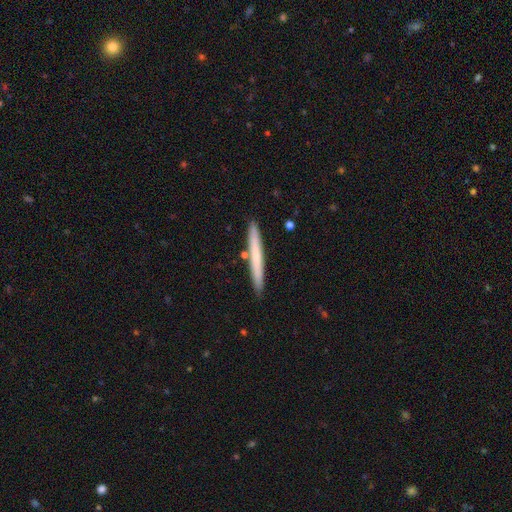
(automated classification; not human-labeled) A smooth galaxy with no disk features (61%) that is cigar-shaped (97%).

Vote fractions:
- Smooth or featured? smooth: 61% / featured or disk: 33% / star or artifact: 6%
- How rounded? cigar-shaped: 97% / in between: 2% / round: 1%
- Merging? none: 89% / minor disturbance: 7% / merger: 3% / major disturbance: 1%